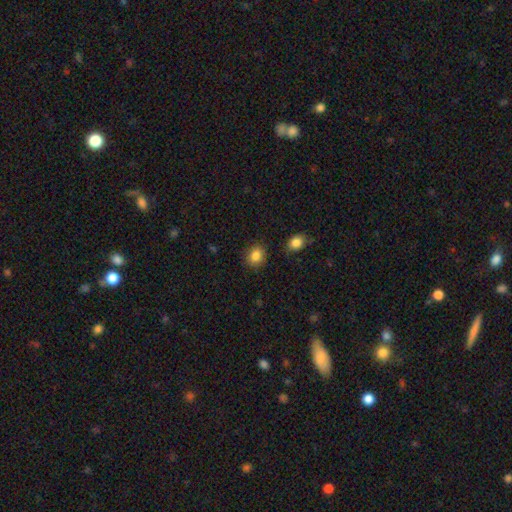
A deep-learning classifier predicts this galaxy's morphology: Smooth or featured?
  - smooth: 85% *
  - star or artifact: 10%
  - featured or disk: 5%
How rounded?
  - round: 62% *
  - in between: 37%
  - cigar-shaped: 1%
Merging?
  - none: 85% *
  - minor disturbance: 10%
  - major disturbance: 3%
  - merger: 2%